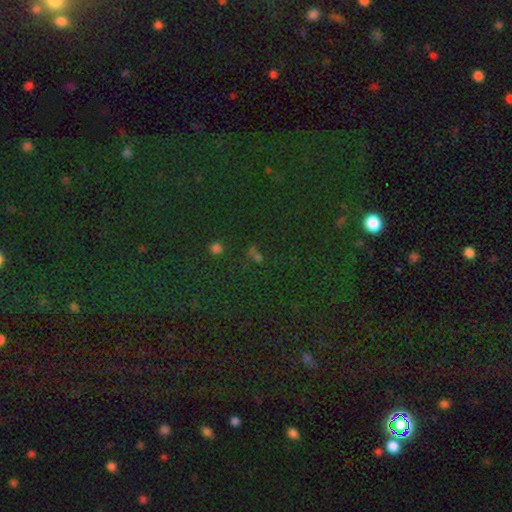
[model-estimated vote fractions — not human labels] Smooth or featured: star or artifact — 56% (smooth — 34%)